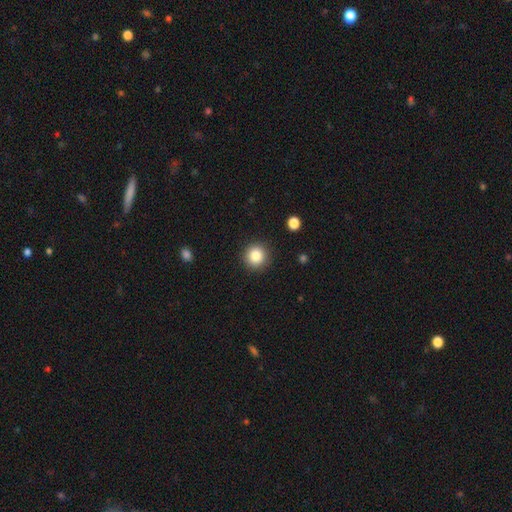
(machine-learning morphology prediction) Q: Smooth or featured?
A: smooth (84%); runner-up: star or artifact (10%)
Q: How rounded?
A: round (94%); runner-up: in between (5%)
Q: Merging?
A: none (91%); runner-up: minor disturbance (6%)